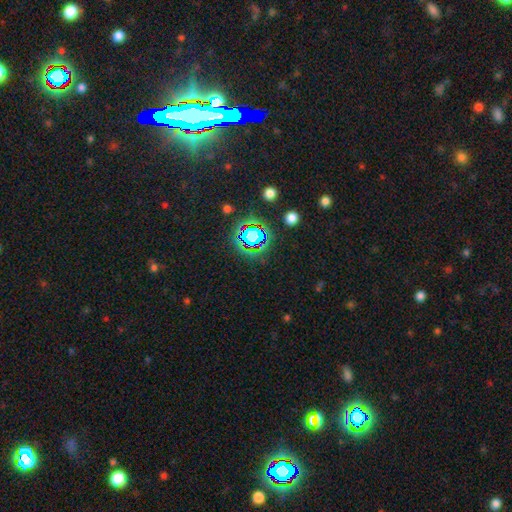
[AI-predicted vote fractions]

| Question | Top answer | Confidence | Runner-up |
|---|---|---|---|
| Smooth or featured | star or artifact | 80% | smooth (10%) |